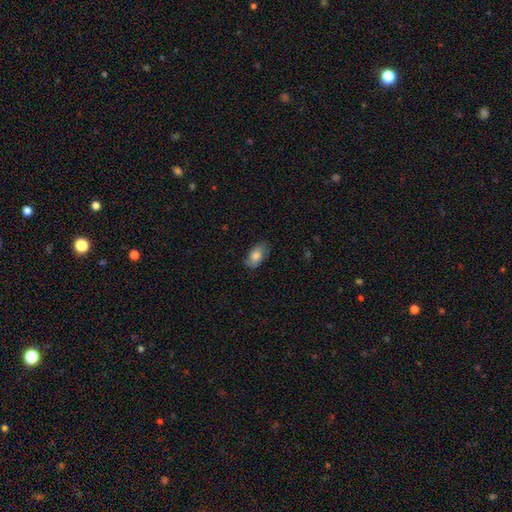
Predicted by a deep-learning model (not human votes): A smooth galaxy with no disk features (75%) that is in between round and cigar-shaped (92%). Merging: none (75%).